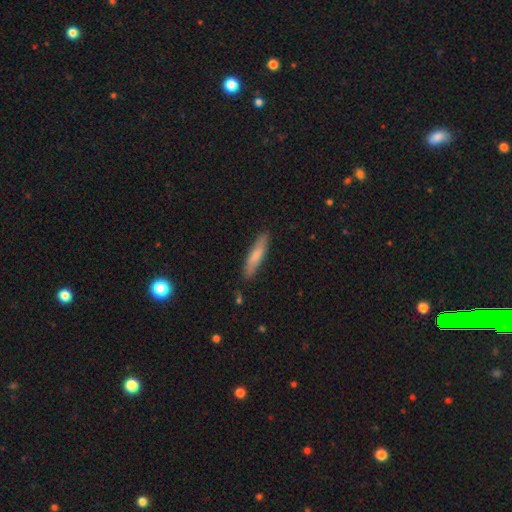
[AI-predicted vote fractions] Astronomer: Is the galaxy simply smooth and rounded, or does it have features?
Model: smooth — 71%.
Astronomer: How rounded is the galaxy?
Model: cigar-shaped — 86%.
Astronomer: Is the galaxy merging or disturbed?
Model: none — 87%.